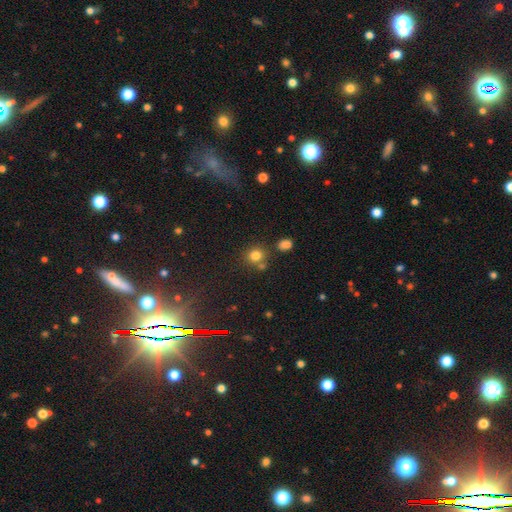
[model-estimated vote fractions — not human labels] smooth_or_featured: smooth (p=0.78) [alt: star or artifact p=0.15]
how_rounded: round (p=0.81) [alt: in between p=0.18]
merging: none (p=0.67) [alt: merger p=0.18]